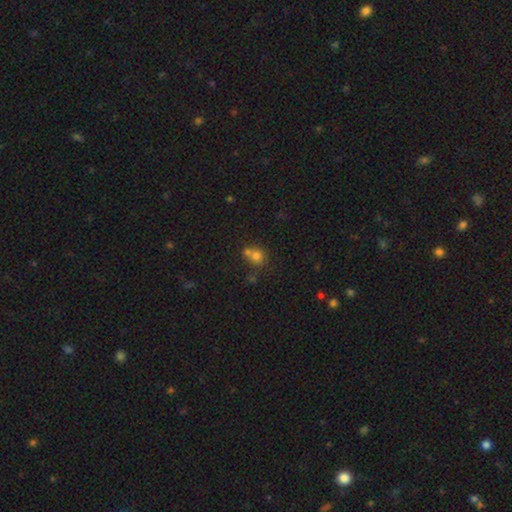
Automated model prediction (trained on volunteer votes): Q: Smooth or featured?
A: smooth (72%); runner-up: star or artifact (15%)
Q: How rounded?
A: round (76%); runner-up: in between (23%)
Q: Merging?
A: merger (47%); runner-up: none (40%)